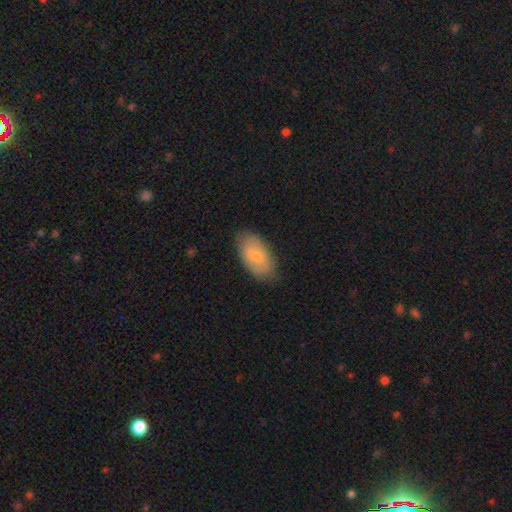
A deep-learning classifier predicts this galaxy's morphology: smooth 71%, featured or disk 23%, star or artifact 6%. Down the decision tree: how rounded — in between (94%); merging — none (81%).